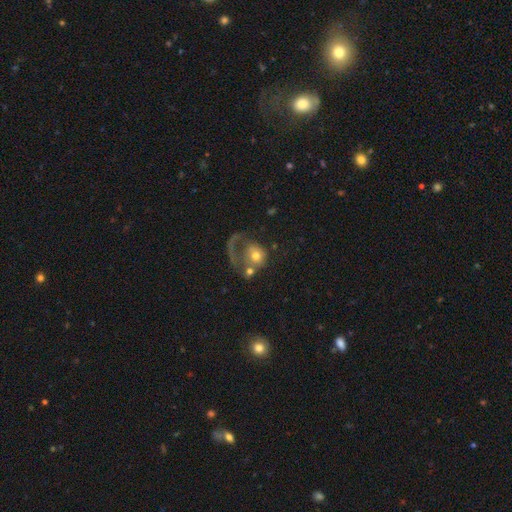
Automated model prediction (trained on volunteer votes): Smooth or featured? Predicted: smooth (p=0.47). Merging? Predicted: major disturbance (p=0.45).